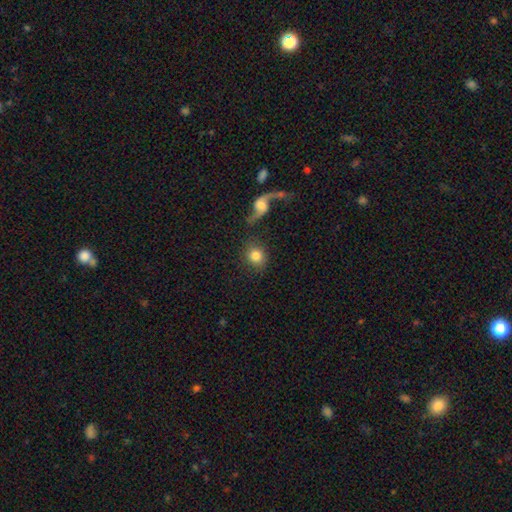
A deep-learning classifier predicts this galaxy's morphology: Smooth or featured: smooth — 79% (featured or disk — 13%)
How rounded: round — 81% (in between — 17%)
Merging: none — 73% (merger — 11%)